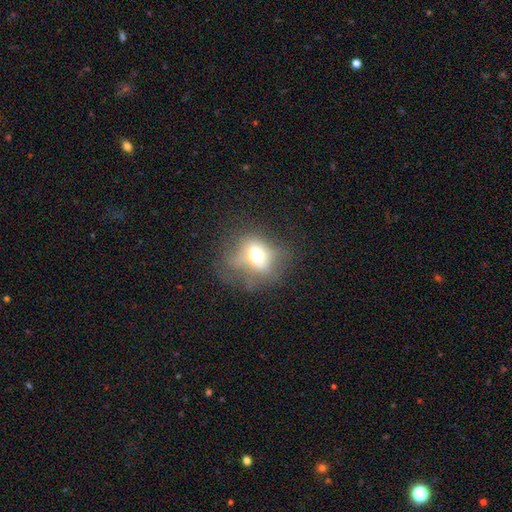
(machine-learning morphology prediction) This is possibly a smooth galaxy (56%). How rounded: possibly in between (50%). Merging: marginally none (40%).